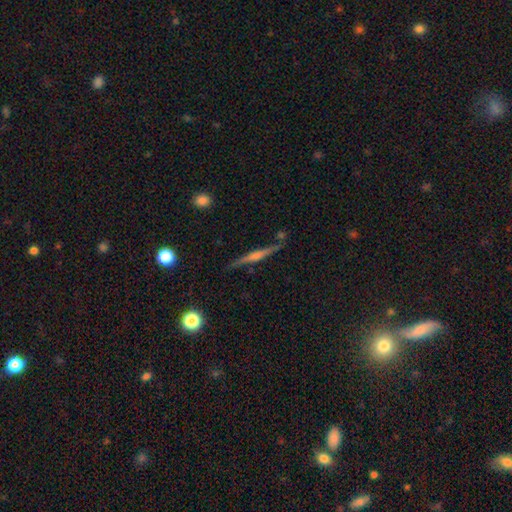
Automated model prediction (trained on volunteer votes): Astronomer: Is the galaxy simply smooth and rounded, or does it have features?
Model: featured or disk — 75%.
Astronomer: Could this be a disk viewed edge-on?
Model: yes — 98%.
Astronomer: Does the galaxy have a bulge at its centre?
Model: rounded — 74%.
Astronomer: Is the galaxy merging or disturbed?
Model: none — 87%.